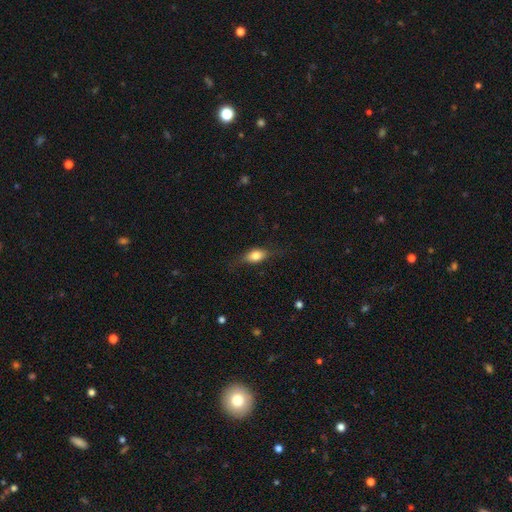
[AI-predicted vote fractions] This appears to be a smooth galaxy with no disk features (75%) that is in between round and cigar-shaped (79%). Merging: none (72%).